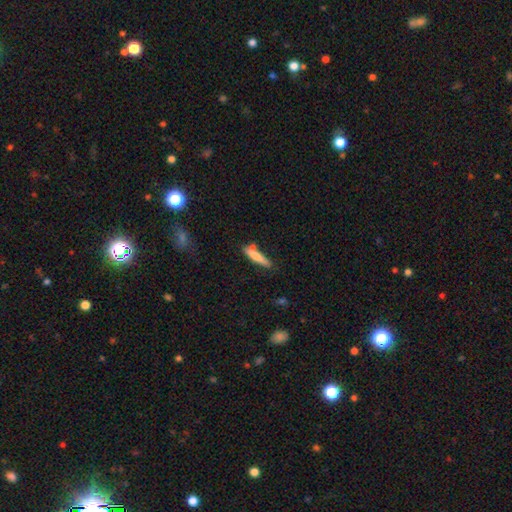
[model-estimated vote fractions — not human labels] Smooth or featured? smooth (72%)
How rounded? cigar-shaped (85%)
Merging? none (67%)